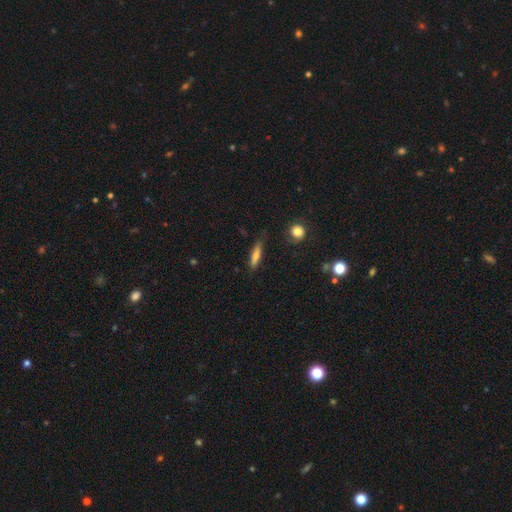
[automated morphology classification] Smooth or featured?
  - smooth: 65% *
  - featured or disk: 27%
  - star or artifact: 8%
How rounded?
  - cigar-shaped: 77% *
  - in between: 20%
  - round: 3%
Merging?
  - none: 79% *
  - minor disturbance: 16%
  - major disturbance: 3%
  - merger: 2%